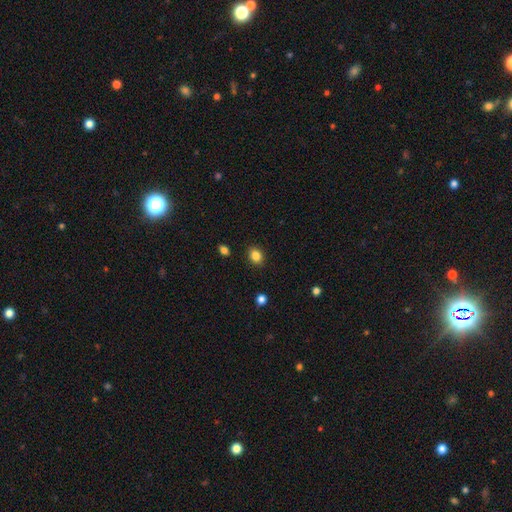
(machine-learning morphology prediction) This is clearly a smooth galaxy (85%). How rounded: possibly in between (50%). Merging: clearly none (89%).